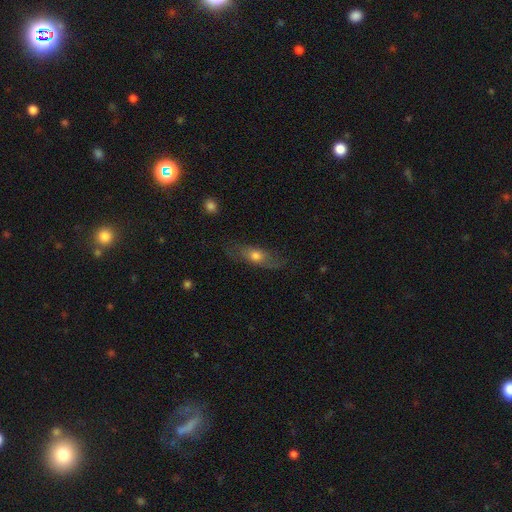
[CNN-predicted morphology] This appears to be a smooth galaxy with no disk features (56%) that is in between round and cigar-shaped (56%). Merging: none (71%).